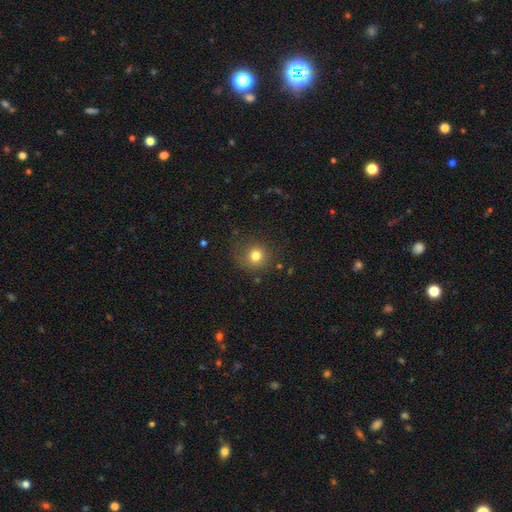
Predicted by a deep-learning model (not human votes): Smooth or featured? smooth (78%)
How rounded? round (90%)
Merging? none (78%)